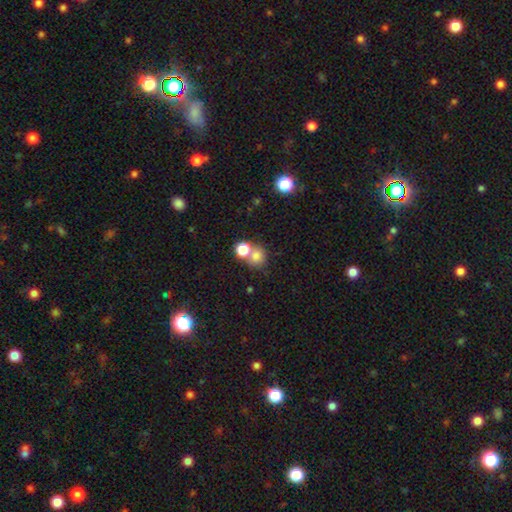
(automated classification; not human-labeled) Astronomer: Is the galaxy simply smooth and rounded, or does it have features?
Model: smooth — 75%.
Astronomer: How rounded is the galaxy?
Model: round — 82%.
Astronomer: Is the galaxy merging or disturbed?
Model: none — 49% (runner-up: merger, 39%).